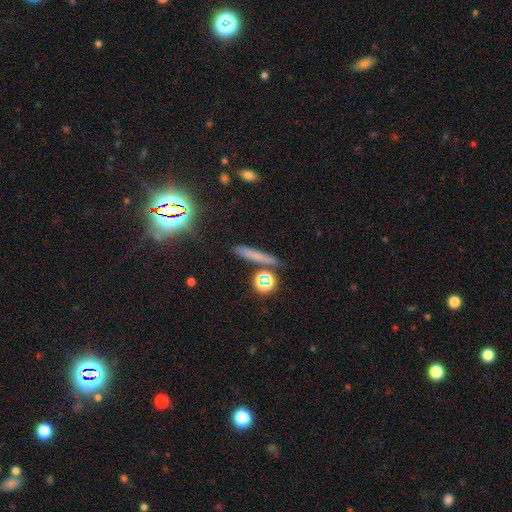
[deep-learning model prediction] smooth-or-featured: smooth: 59% | star or artifact: 24% | featured or disk: 17%
  how-rounded: cigar-shaped: 82% | round: 10% | in between: 9%
  merging: none: 81% | minor disturbance: 10% | merger: 6% | major disturbance: 3%